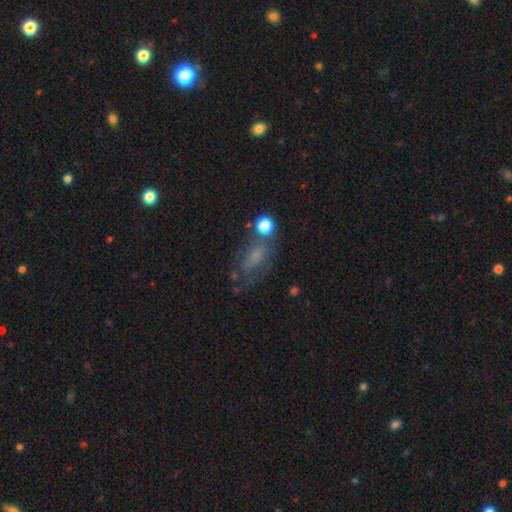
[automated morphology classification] A smooth galaxy with no disk features (47%). Merging: none (46%).